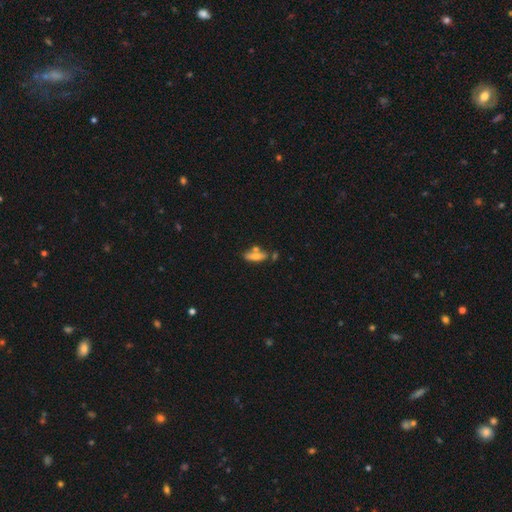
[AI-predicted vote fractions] Morphology: type=smooth (65%); roundness=in between (49%); merging=none (55%).